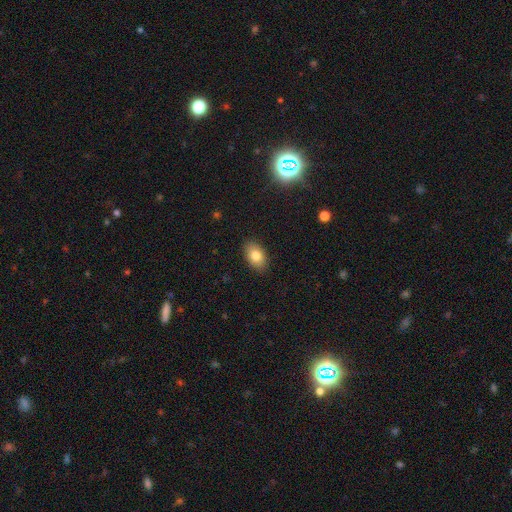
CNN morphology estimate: smooth_or_featured: smooth (p=0.80) [alt: featured or disk p=0.11]
how_rounded: in between (p=0.89) [alt: round p=0.09]
merging: none (p=0.88) [alt: minor disturbance p=0.09]